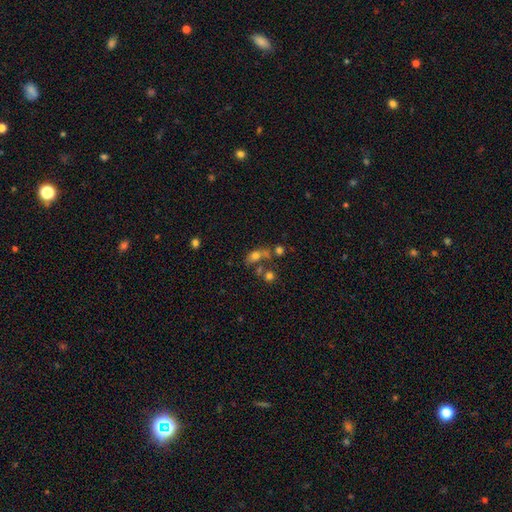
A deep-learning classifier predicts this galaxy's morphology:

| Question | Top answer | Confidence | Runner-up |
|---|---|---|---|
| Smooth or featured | smooth | 64% | featured or disk (20%) |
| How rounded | in between | 68% | round (27%) |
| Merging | none | 39% | merger (34%) |